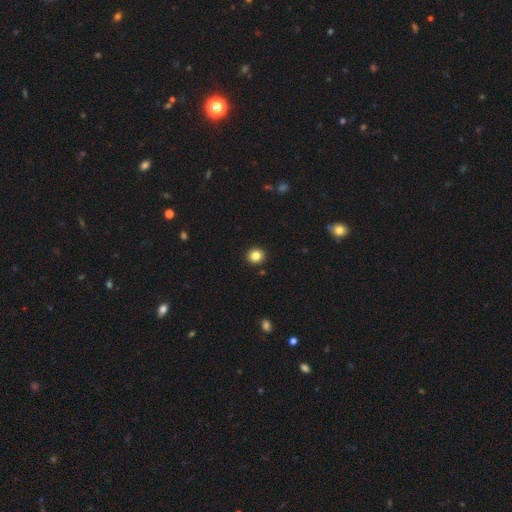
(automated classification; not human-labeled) This is clearly a smooth galaxy (84%). How rounded: clearly round (90%). Merging: clearly none (92%).